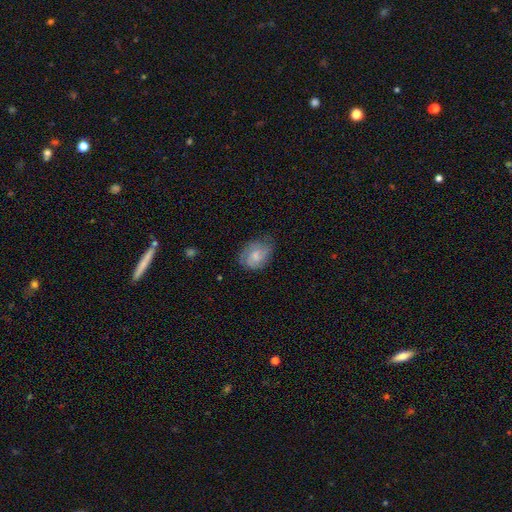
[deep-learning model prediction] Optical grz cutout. It shows a featured or disk galaxy (48%). Merging: none (61%).